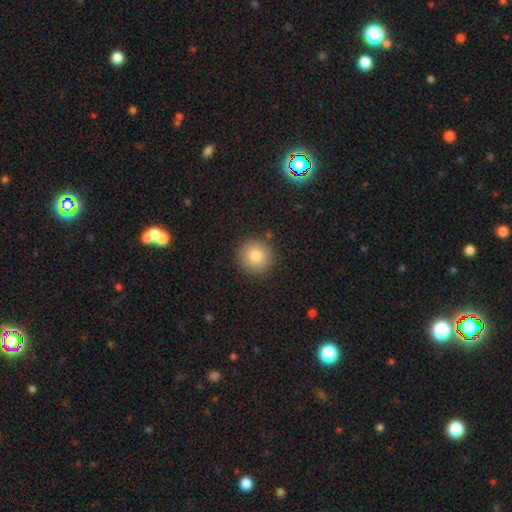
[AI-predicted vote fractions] smooth-or-featured: smooth: 82% | star or artifact: 11% | featured or disk: 7%
  how-rounded: round: 95% | in between: 4% | cigar-shaped: 1%
  merging: none: 90% | minor disturbance: 7% | major disturbance: 2% | merger: 2%